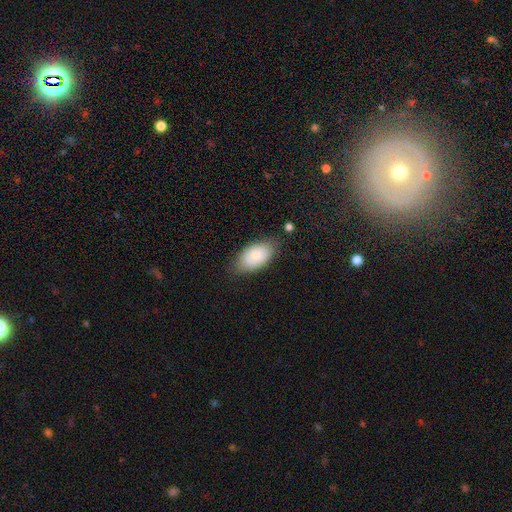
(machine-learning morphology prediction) Smooth or featured? smooth (83%)
How rounded? in between (94%)
Merging? none (74%)